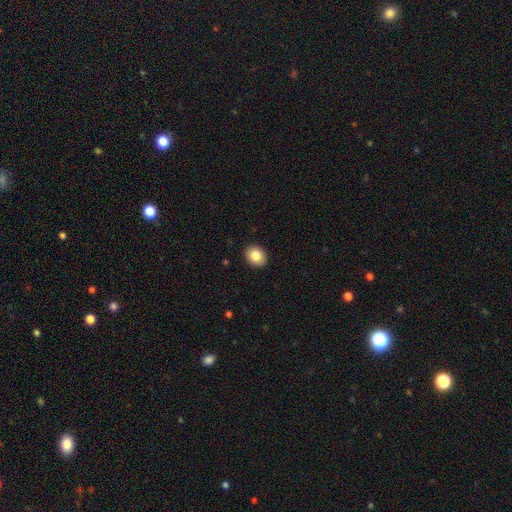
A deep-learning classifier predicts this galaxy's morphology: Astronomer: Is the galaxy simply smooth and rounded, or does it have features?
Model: smooth — 85%.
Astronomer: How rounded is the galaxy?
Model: round — 56% (runner-up: in between, 43%).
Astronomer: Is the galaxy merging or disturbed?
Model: none — 91%.